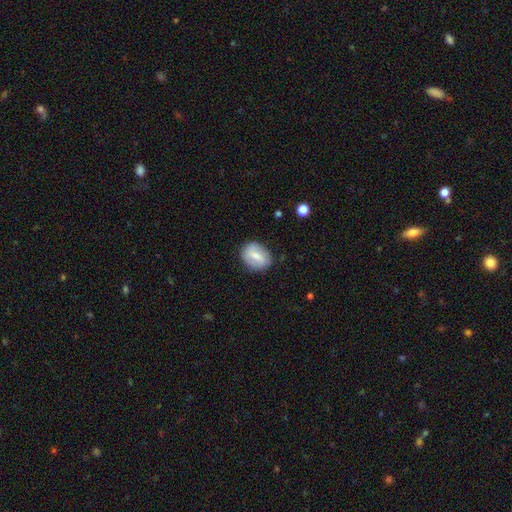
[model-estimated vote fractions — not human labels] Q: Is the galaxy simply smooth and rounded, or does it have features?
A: smooth — 64%.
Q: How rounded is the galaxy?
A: in between — 57%.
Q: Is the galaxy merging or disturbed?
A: none — 81%.